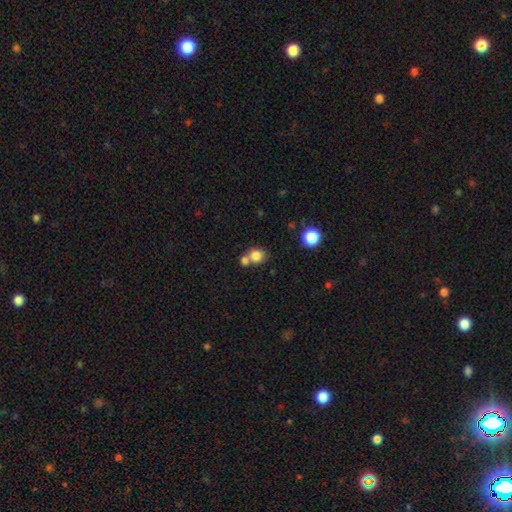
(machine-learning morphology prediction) smooth-or-featured: smooth: 81% | star or artifact: 11% | featured or disk: 8%
  how-rounded: round: 81% | in between: 19% | cigar-shaped: 1%
  merging: none: 48% | merger: 41% | minor disturbance: 8% | major disturbance: 3%